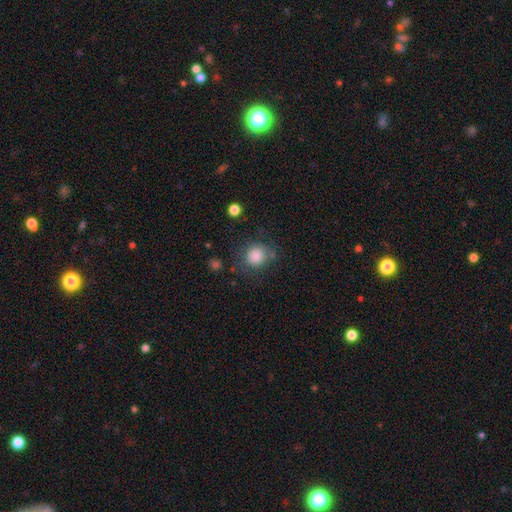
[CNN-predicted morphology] smooth-or-featured: smooth: 84% | star or artifact: 10% | featured or disk: 6%
  how-rounded: round: 85% | in between: 14% | cigar-shaped: 1%
  merging: none: 72% | minor disturbance: 17% | major disturbance: 8% | merger: 3%